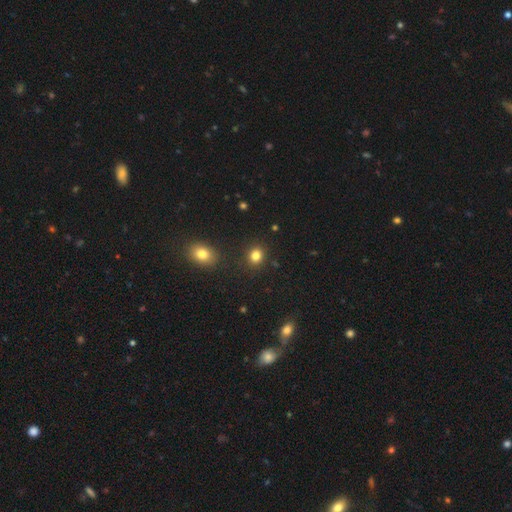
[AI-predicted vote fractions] Q: Smooth or featured?
A: smooth (83%); runner-up: star or artifact (12%)
Q: How rounded?
A: round (68%); runner-up: in between (31%)
Q: Merging?
A: none (89%); runner-up: minor disturbance (6%)